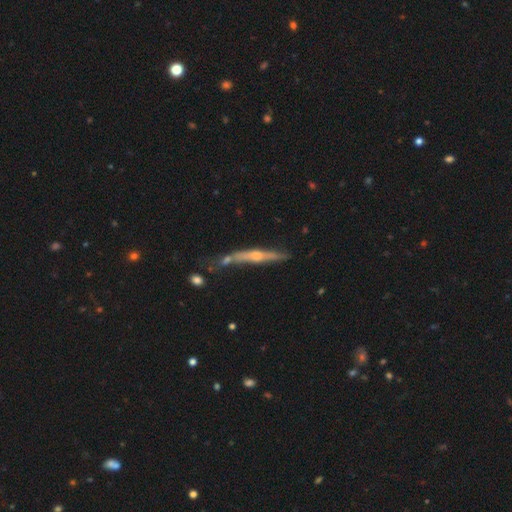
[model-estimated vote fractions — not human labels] Overall: featured or disk (66%; smooth 27%). Edge-on disk: yes (93%). Edge-on bulge: rounded (71%). Merging: none (58%; minor disturbance 21%).